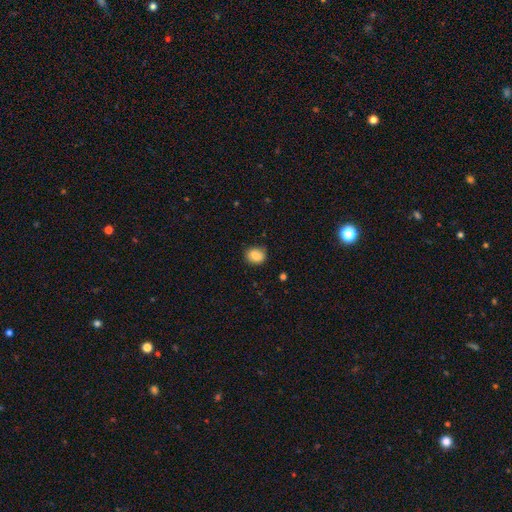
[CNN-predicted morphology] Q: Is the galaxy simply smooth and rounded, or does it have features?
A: smooth — 84%.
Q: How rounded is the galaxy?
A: round — 60%.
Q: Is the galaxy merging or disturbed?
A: none — 84%.